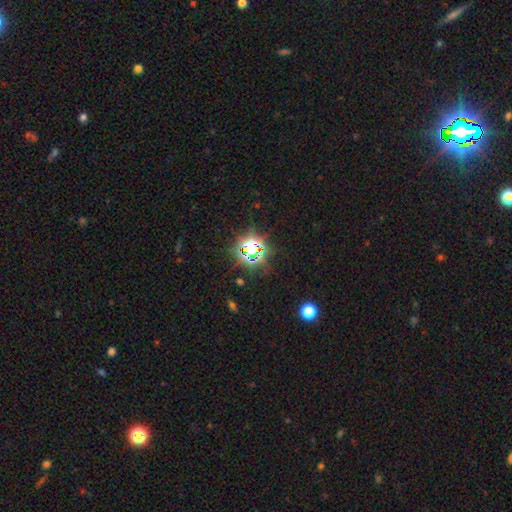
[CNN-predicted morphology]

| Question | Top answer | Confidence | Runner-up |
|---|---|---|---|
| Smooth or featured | star or artifact | 74% | smooth (17%) |